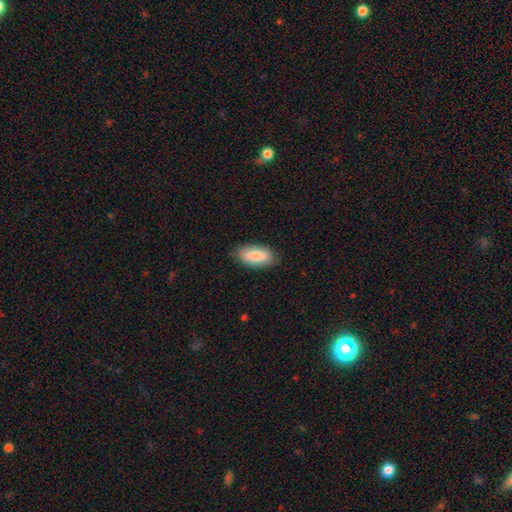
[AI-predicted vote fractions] Smooth or featured? smooth (80%)
How rounded? in between (89%)
Merging? none (85%)